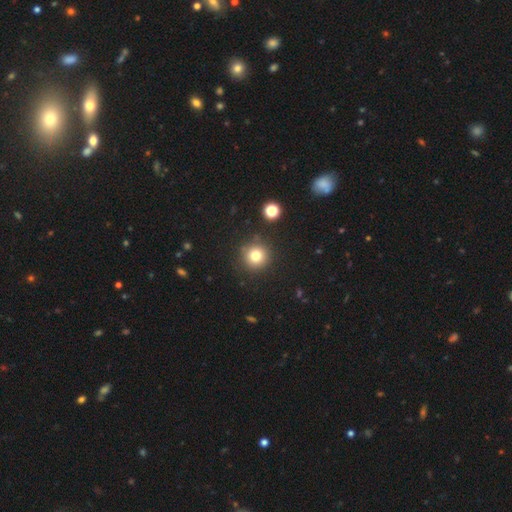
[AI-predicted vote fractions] Overall: smooth (78%). How rounded: round (95%). Merging: none (87%).